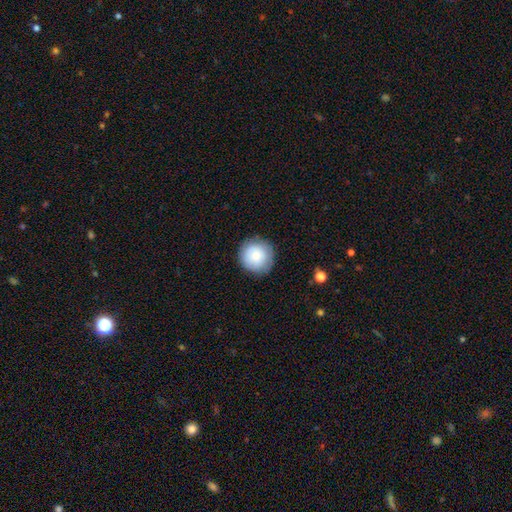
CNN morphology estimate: smooth_or_featured: smooth (p=0.80) [alt: featured or disk p=0.12]
how_rounded: round (p=0.95) [alt: in between p=0.04]
merging: none (p=0.87) [alt: minor disturbance p=0.10]